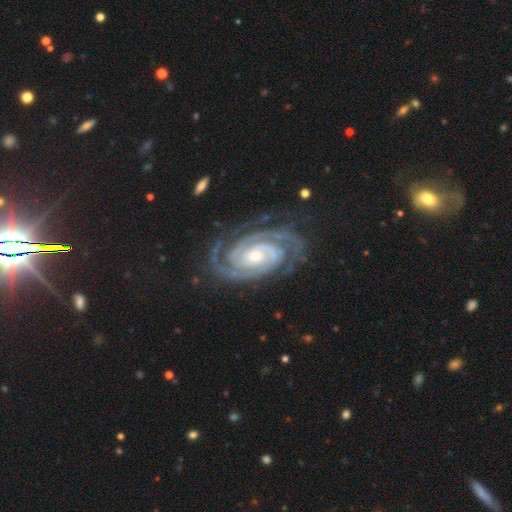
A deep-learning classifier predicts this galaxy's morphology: Smooth or featured? featured or disk (94%)
Edge-on disk? no (97%)
Bar? no (63%)
Spiral arms? yes (99%)
Spiral winding? tight (81%)
Spiral arm count? 2 (60%)
Bulge size? small (63%)
Merging? none (76%)